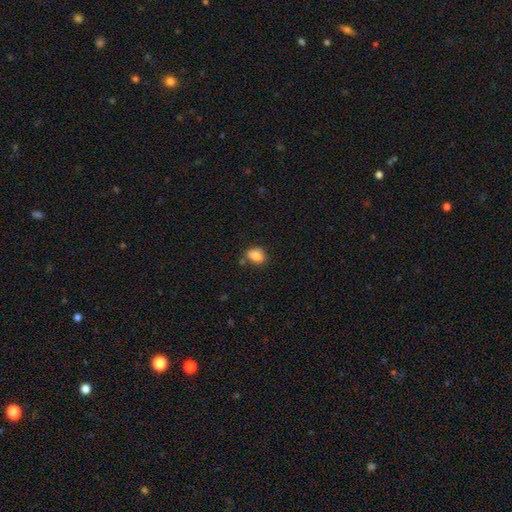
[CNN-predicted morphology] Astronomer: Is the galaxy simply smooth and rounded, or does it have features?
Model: smooth — 85%.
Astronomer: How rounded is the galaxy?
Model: in between — 69%.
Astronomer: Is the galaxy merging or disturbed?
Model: none — 68%.